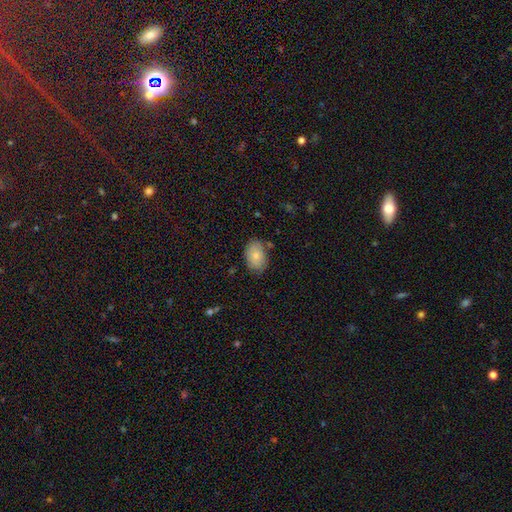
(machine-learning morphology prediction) A smooth galaxy with no disk features (79%) that is in between round and cigar-shaped (87%). Merging: none (77%).